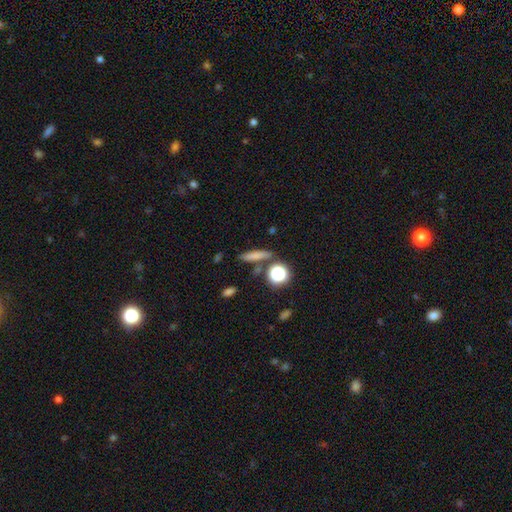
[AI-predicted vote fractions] This appears to be a smooth galaxy with no disk features (71%) that is cigar-shaped (70%). Merging: none (76%).